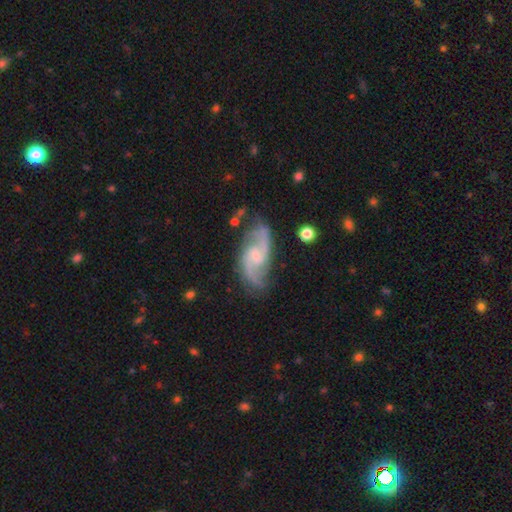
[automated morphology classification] A featured or disk galaxy (90%) with no bar (47%), 2 (86%) medium (54%) spiral arms (98%) and a small central bulge (62%).

Vote fractions:
- Smooth or featured? featured or disk: 90% / smooth: 6% / star or artifact: 5%
- Edge-on disk? no: 97% / yes: 3%
- Bar? no: 47% / weak: 45% / strong: 9%
- Spiral arms? yes: 98% / no: 2%
- Spiral winding? medium: 54% / loose: 28% / tight: 18%
- Spiral arm count? 2: 86% / 3: 6% / can't tell: 4% / 1: 2% / 4: 2% / more than 4: 1%
- Bulge size? small: 62% / moderate: 27% / none: 8% / large: 2% / dominant: 1%
- Merging? none: 75% / minor disturbance: 17% / major disturbance: 6% / merger: 2%